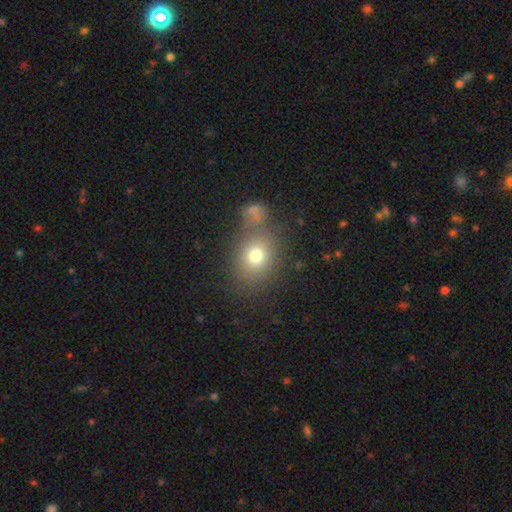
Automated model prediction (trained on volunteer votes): This appears to be a smooth galaxy with no disk features (75%) that is round (53%). Merging: none (63%).